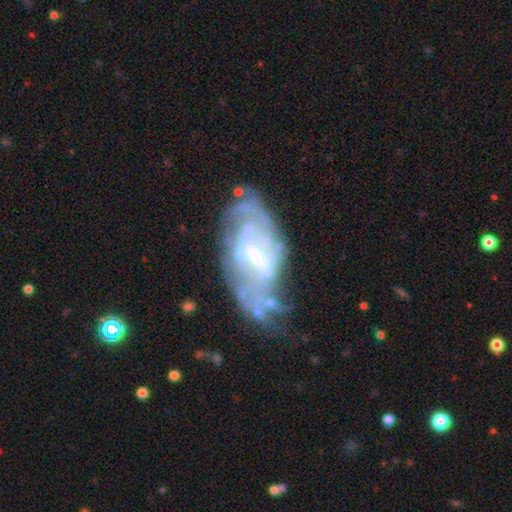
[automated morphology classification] Smooth or featured?
  - featured or disk: 82% *
  - smooth: 11%
  - star or artifact: 7%
Edge-on disk?
  - no: 94% *
  - yes: 6%
Bar?
  - weak: 50% *
  - strong: 31%
  - no: 18%
Spiral arms?
  - yes: 86% *
  - no: 14%
Spiral winding?
  - tight: 53% *
  - medium: 34%
  - loose: 12%
Spiral arm count?
  - can't tell: 46% *
  - 2: 27%
  - 3: 12%
  - 4: 8%
  - 1: 4%
  - more than 4: 4%
Bulge size?
  - small: 53% *
  - moderate: 35%
  - none: 8%
  - large: 3%
  - dominant: 1%
Merging?
  - none: 54% *
  - minor disturbance: 25%
  - major disturbance: 15%
  - merger: 5%